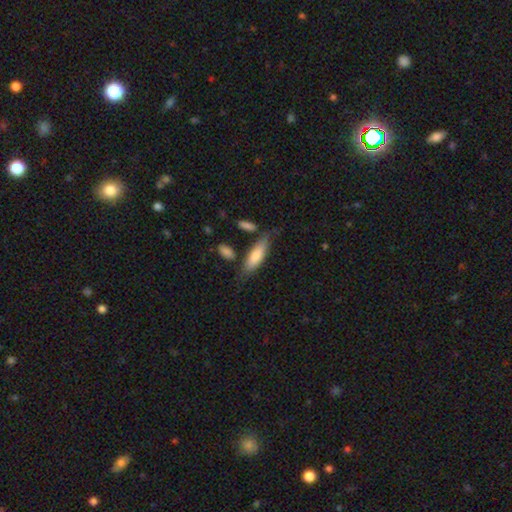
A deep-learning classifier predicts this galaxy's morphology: Smooth or featured: smooth — 75% (featured or disk — 19%)
How rounded: in between — 52% (cigar-shaped — 46%)
Merging: none — 63% (minor disturbance — 22%)